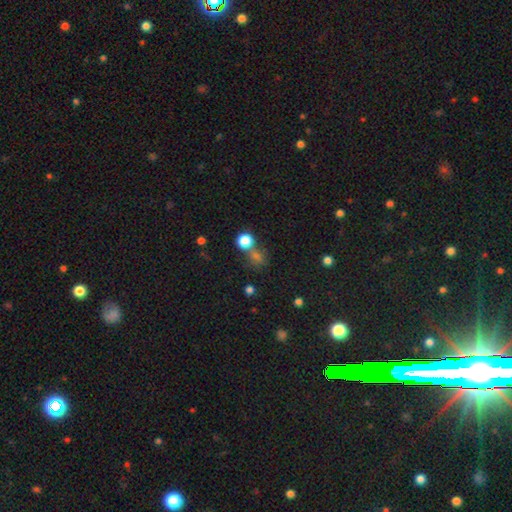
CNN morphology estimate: Q: Smooth or featured?
A: smooth (58%); runner-up: star or artifact (34%)
Q: How rounded?
A: round (82%); runner-up: in between (16%)
Q: Merging?
A: none (57%); runner-up: merger (27%)